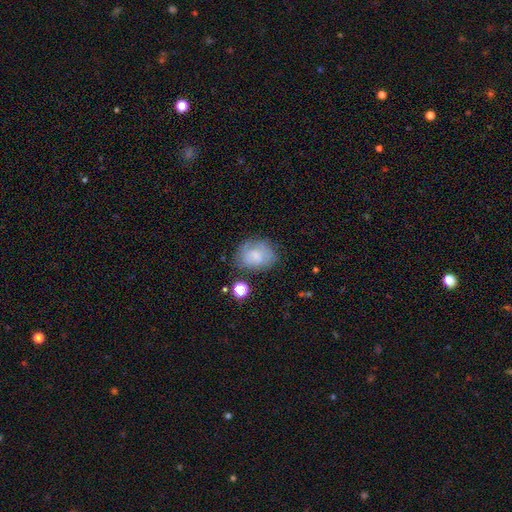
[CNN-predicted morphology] This appears to be a smooth galaxy with no disk features (60%) that is in between round and cigar-shaped (57%). Merging: none (61%).